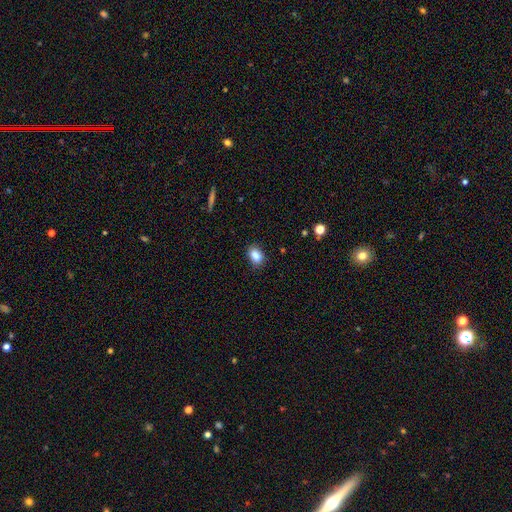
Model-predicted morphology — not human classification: Smooth or featured? Predicted: smooth (p=0.86). How rounded? Predicted: in between (p=0.76). Merging? Predicted: none (p=0.84).